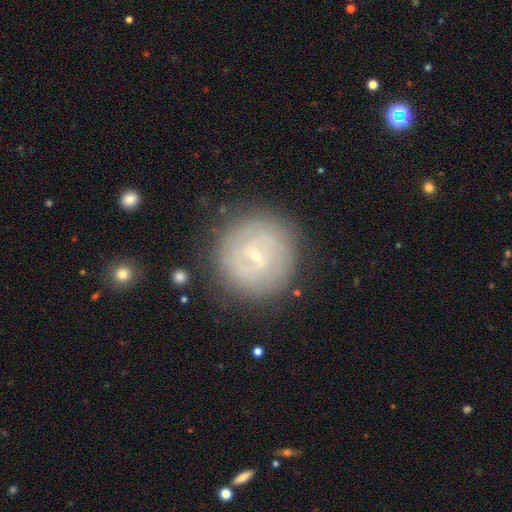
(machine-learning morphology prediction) type=featured or disk (69%); edge-on=no (97%); bar=weak (48%); spiral arms=yes (82%); winding=tight (67%); arm count=2 (41%); bulge=small (84%); merging=none (83%).